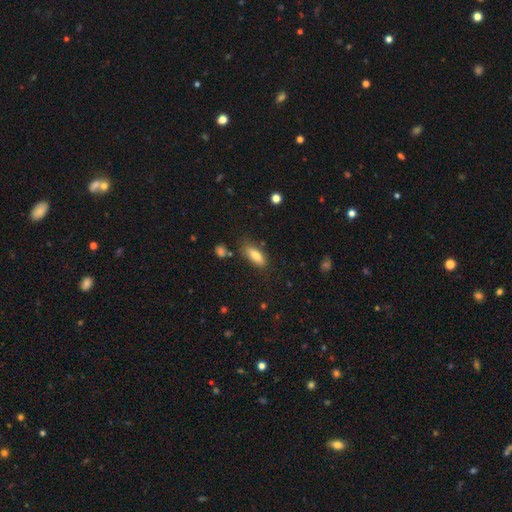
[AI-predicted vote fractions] Smooth or featured? smooth (77%)
How rounded? in between (68%)
Merging? none (77%)